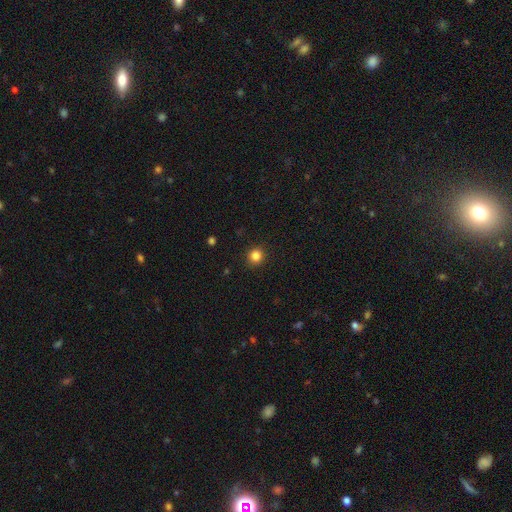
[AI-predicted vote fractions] Q: Smooth or featured?
A: smooth (84%); runner-up: star or artifact (12%)
Q: How rounded?
A: round (91%); runner-up: in between (8%)
Q: Merging?
A: none (92%); runner-up: minor disturbance (6%)